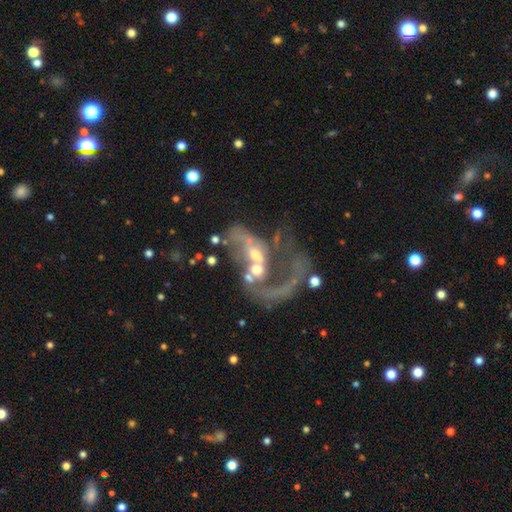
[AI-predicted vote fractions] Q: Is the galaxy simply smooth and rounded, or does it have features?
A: featured or disk — 77%.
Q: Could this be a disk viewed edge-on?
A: no — 97%.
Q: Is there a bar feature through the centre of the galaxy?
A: no — 58%.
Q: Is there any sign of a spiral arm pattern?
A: yes — 71%.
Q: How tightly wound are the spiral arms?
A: loose — 65%.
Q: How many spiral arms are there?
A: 1 — 46%.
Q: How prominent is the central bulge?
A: moderate — 58%.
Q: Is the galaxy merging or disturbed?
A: merger — 42%.